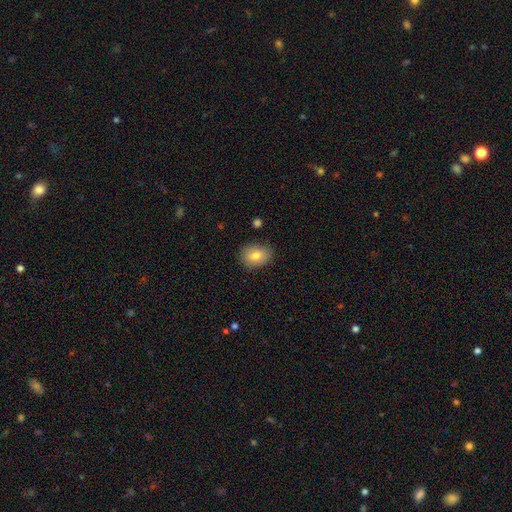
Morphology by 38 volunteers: A smooth galaxy with no disk features (79%) that is in between round and cigar-shaped (57%). Merging: none (89%).